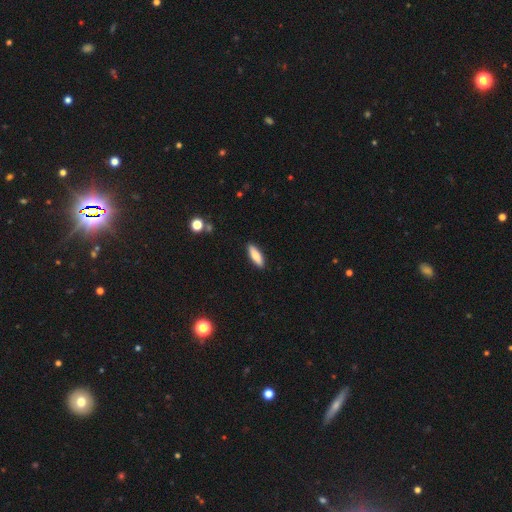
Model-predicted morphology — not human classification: Q: Smooth or featured?
A: smooth (74%); runner-up: featured or disk (20%)
Q: How rounded?
A: cigar-shaped (56%); runner-up: in between (42%)
Q: Merging?
A: none (90%); runner-up: minor disturbance (7%)